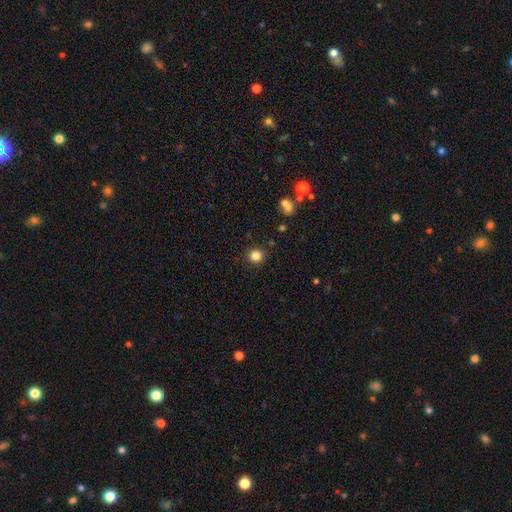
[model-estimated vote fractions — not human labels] Morphology: type=smooth (84%); roundness=round (93%); merging=none (90%).